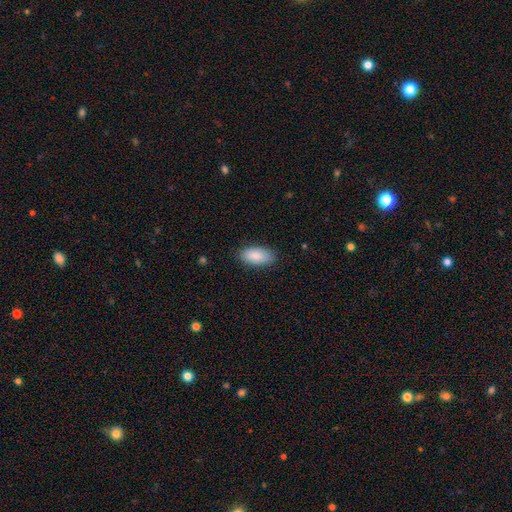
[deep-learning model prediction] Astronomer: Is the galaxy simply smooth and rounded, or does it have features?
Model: smooth — 88%.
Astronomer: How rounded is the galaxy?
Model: in between — 92%.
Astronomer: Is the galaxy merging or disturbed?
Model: none — 86%.